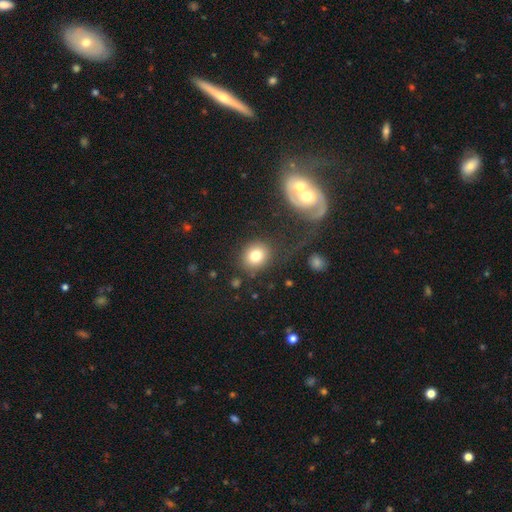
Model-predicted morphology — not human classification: smooth_or_featured: smooth (p=0.79) [alt: featured or disk p=0.10]
how_rounded: round (p=0.73) [alt: in between p=0.26]
merging: none (p=0.83) [alt: minor disturbance p=0.09]